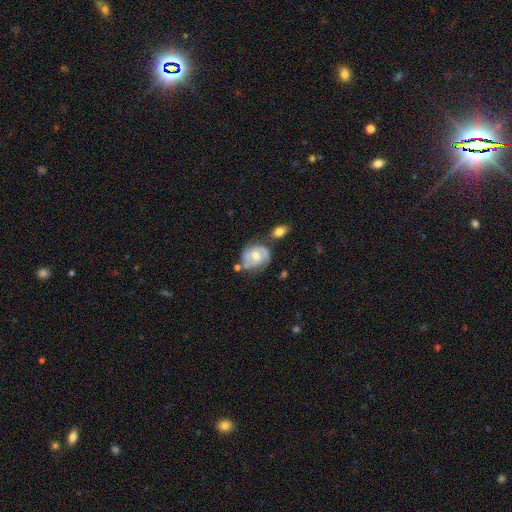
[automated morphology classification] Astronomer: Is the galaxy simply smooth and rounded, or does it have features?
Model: featured or disk — 69%.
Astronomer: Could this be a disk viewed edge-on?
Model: no — 97%.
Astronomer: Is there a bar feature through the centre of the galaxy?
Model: no — 57% (runner-up: weak, 36%).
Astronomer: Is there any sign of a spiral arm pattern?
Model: yes — 84%.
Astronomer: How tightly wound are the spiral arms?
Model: tight — 47% (runner-up: medium, 40%).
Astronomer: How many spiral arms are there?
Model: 2 — 63%.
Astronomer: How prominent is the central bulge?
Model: moderate — 71%.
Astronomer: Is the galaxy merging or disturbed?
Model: none — 53%.